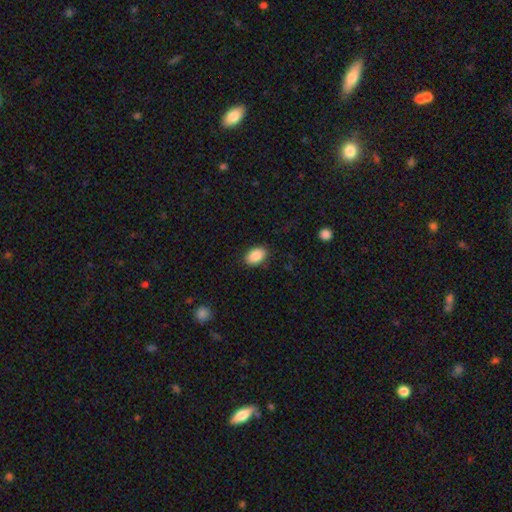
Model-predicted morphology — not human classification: Q: Smooth or featured?
A: smooth (89%); runner-up: star or artifact (7%)
Q: How rounded?
A: in between (89%); runner-up: round (10%)
Q: Merging?
A: none (87%); runner-up: minor disturbance (9%)